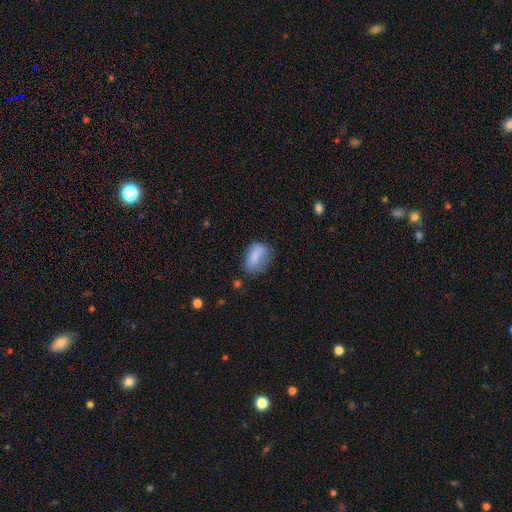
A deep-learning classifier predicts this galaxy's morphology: A smooth galaxy with no disk features (82%) that is in between round and cigar-shaped (83%). Merging: none (56%).